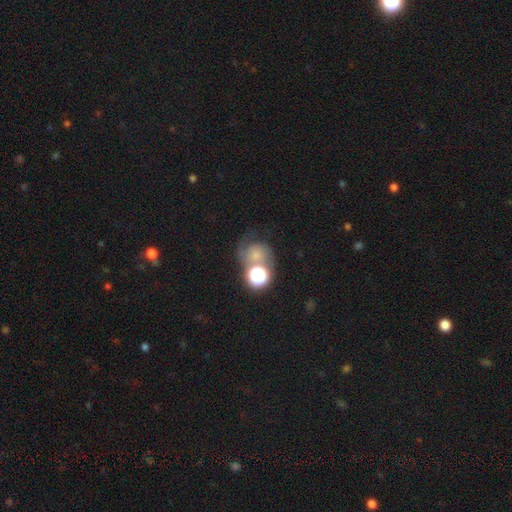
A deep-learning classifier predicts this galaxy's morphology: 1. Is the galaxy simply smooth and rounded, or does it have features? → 48% smooth, 33% featured or disk, 19% star or artifact.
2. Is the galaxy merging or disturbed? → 38% none, 28% merger, 17% major disturbance, 17% minor disturbance.